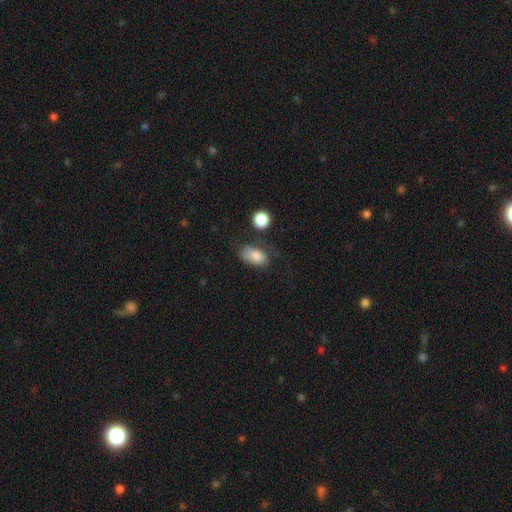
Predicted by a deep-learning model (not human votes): Morphology: type=smooth (80%); roundness=in between (87%); merging=none (47%).